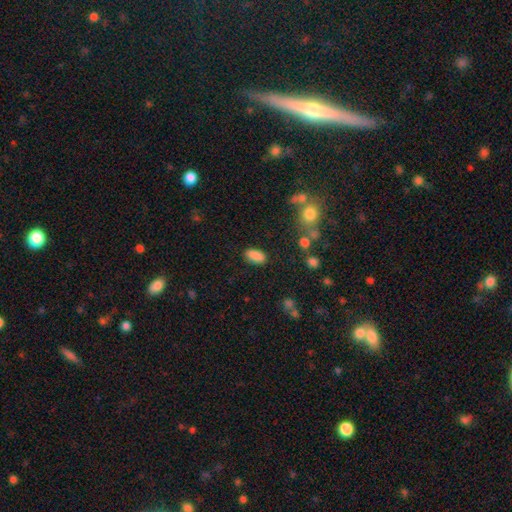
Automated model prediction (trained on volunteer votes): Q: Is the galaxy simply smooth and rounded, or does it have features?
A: smooth — 86%.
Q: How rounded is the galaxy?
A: in between — 92%.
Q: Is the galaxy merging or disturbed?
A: none — 84%.